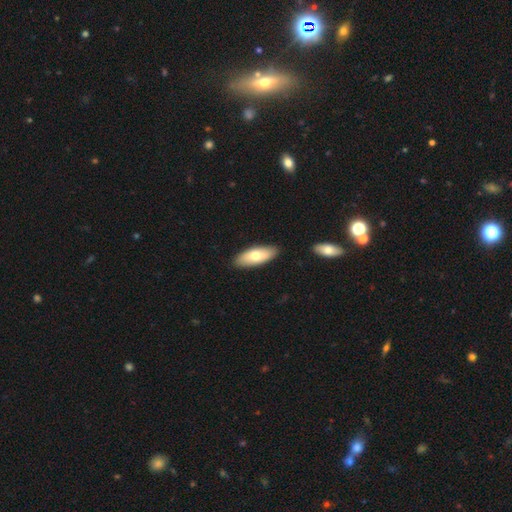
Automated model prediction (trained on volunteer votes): A smooth galaxy with no disk features (70%) that is in between round and cigar-shaped (77%).

Vote fractions:
- Smooth or featured? smooth: 70% / featured or disk: 25% / star or artifact: 5%
- How rounded? in between: 77% / cigar-shaped: 21% / round: 2%
- Merging? none: 88% / minor disturbance: 9% / major disturbance: 2% / merger: 1%